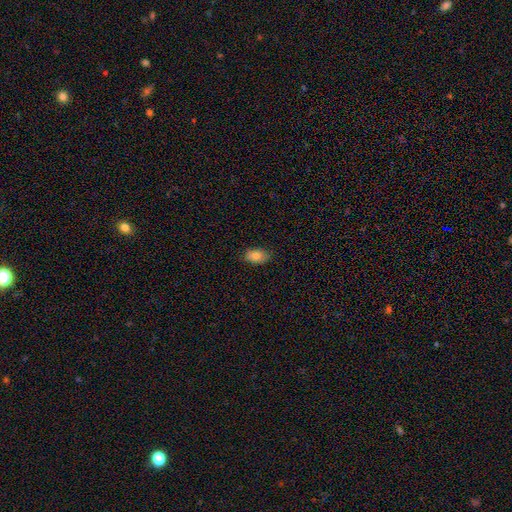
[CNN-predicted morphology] Overall: smooth (83%). How rounded: in between (91%). Merging: none (82%).